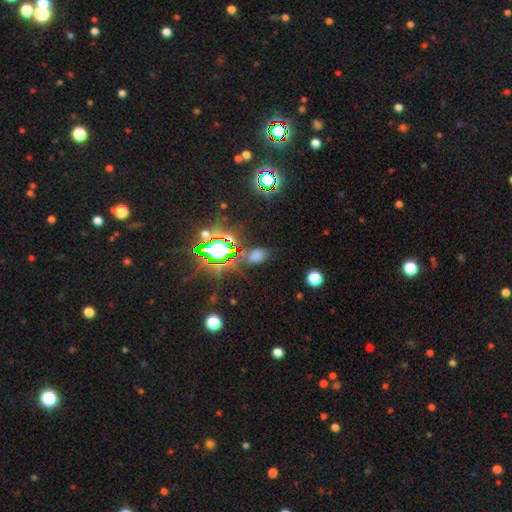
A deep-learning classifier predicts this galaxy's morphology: smooth-or-featured: smooth: 50% | star or artifact: 40% | featured or disk: 9%
  how-rounded: in between: 81% | round: 16% | cigar-shaped: 3%
  merging: none: 72% | minor disturbance: 16% | major disturbance: 8% | merger: 4%